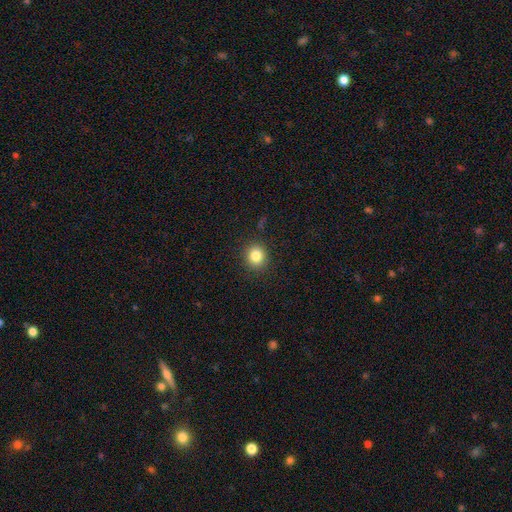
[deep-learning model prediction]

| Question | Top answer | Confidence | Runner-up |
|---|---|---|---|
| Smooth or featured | smooth | 83% | star or artifact (11%) |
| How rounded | round | 84% | in between (15%) |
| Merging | none | 90% | minor disturbance (7%) |